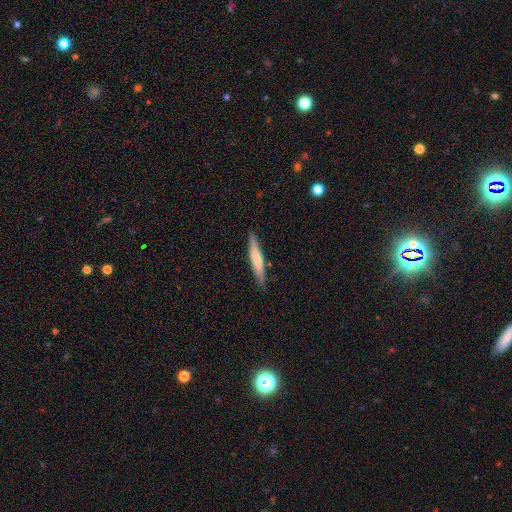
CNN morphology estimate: A smooth galaxy with no disk features (56%) that is cigar-shaped (94%). Merging: none (88%).